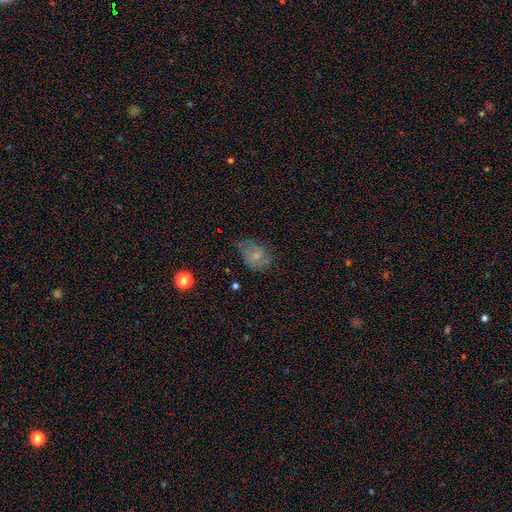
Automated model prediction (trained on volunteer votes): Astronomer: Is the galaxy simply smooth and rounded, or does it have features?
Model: smooth — 55% (runner-up: featured or disk, 35%).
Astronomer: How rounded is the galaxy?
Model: in between — 66%.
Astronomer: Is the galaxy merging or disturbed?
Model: none — 50% (runner-up: minor disturbance, 33%).